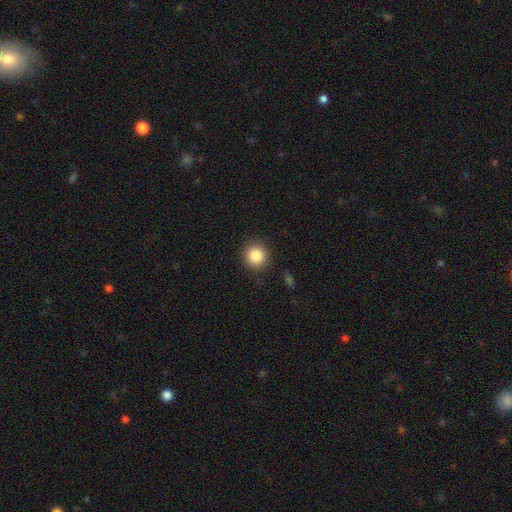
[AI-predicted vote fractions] Morphology: type=smooth (86%); roundness=round (92%); merging=none (89%).